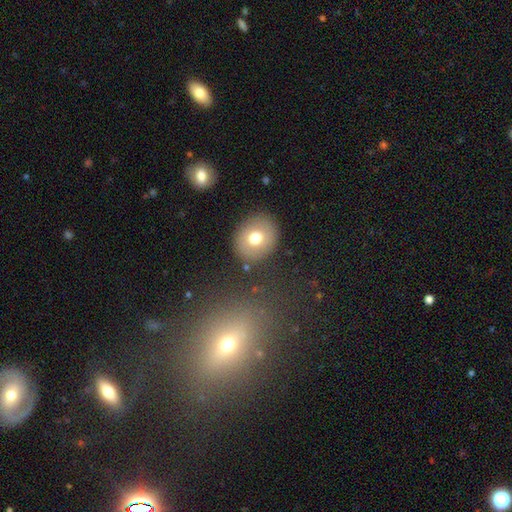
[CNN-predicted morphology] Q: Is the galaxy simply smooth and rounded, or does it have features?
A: smooth — 53%.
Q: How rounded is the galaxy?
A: round — 64%.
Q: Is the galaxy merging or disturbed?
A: none — 80%.